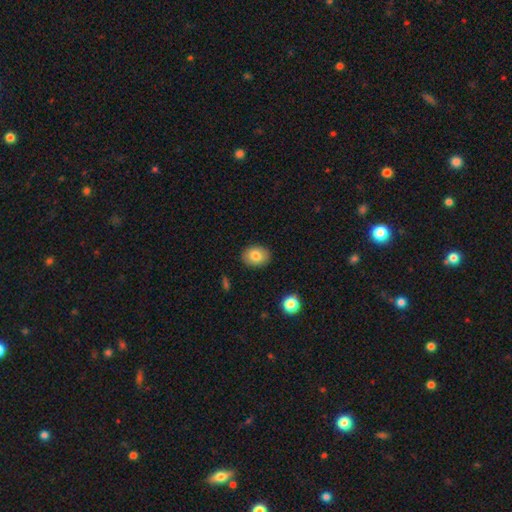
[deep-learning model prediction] Smooth or featured?
  - smooth: 81% *
  - featured or disk: 10%
  - star or artifact: 8%
How rounded?
  - in between: 55% *
  - round: 44%
  - cigar-shaped: 1%
Merging?
  - none: 88% *
  - minor disturbance: 8%
  - major disturbance: 2%
  - merger: 1%